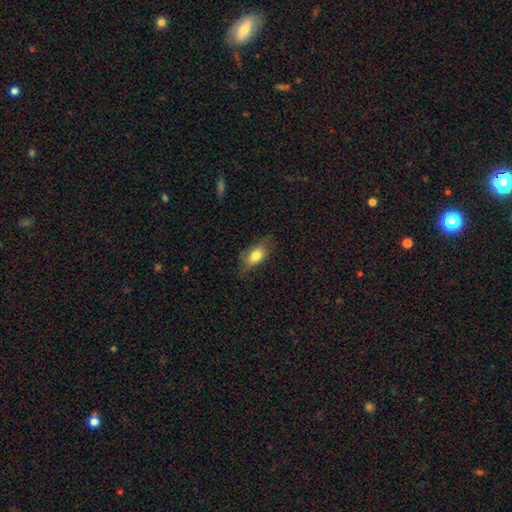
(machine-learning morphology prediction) Smooth or featured? Predicted: smooth (p=0.76). How rounded? Predicted: in between (p=0.86). Merging? Predicted: none (p=0.67).